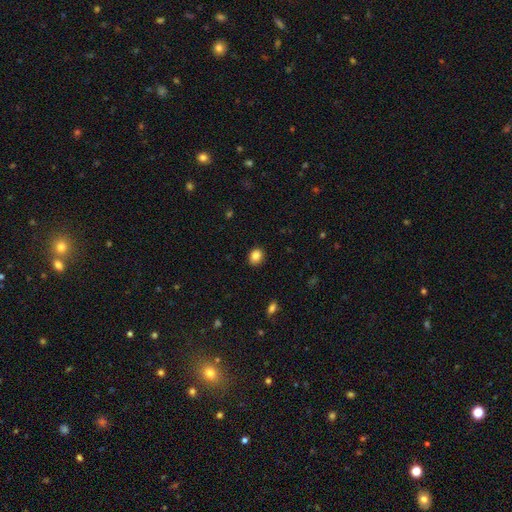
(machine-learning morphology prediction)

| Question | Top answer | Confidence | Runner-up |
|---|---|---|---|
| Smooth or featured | smooth | 86% | star or artifact (9%) |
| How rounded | round | 61% | in between (38%) |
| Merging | none | 90% | minor disturbance (7%) |